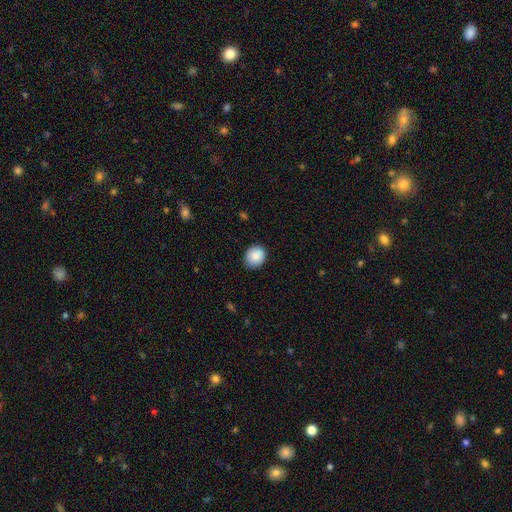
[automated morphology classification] smooth 86%, star or artifact 8%, featured or disk 6%. Down the decision tree: how rounded — round (80%); merging — none (87%).